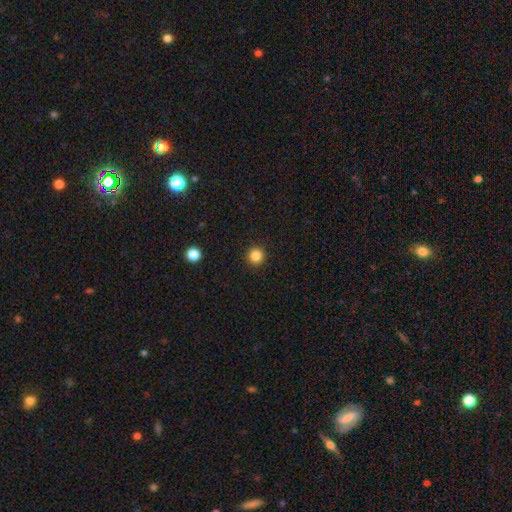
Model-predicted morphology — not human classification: smooth 85%, star or artifact 11%, featured or disk 4%. Down the decision tree: how rounded — round (95%); merging — none (93%).